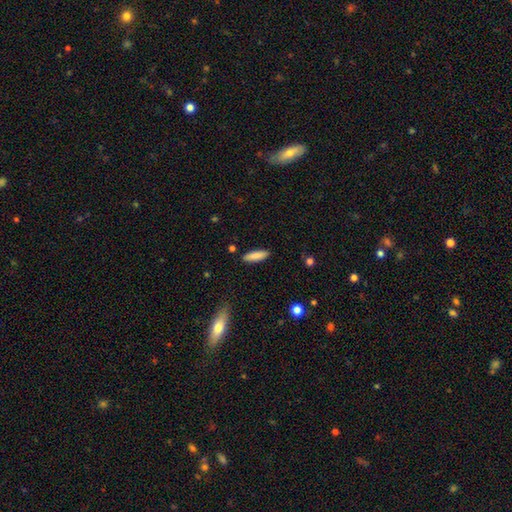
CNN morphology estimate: type=smooth (87%); roundness=cigar-shaped (60%); merging=none (89%).